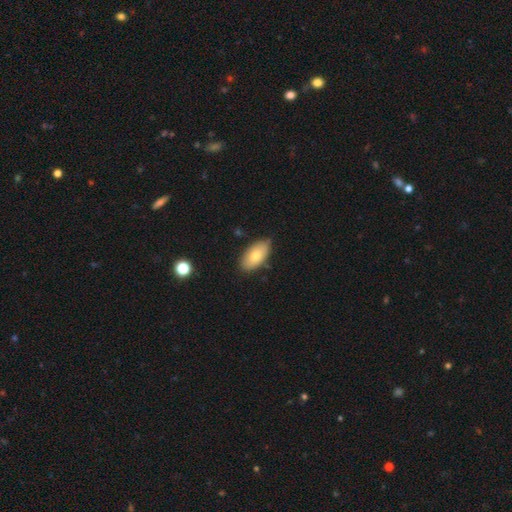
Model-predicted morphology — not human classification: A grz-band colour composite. It shows a smooth galaxy with no disk features (77%) that is in between round and cigar-shaped (94%). Merging: none (78%).